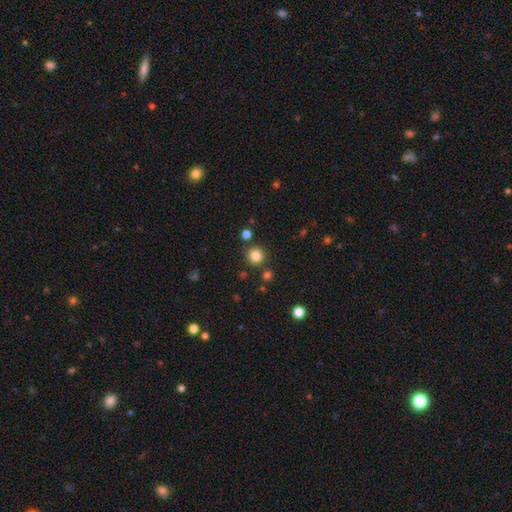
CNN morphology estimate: smooth-or-featured: smooth: 83% | star or artifact: 12% | featured or disk: 5%
  how-rounded: round: 93% | in between: 6% | cigar-shaped: 1%
  merging: none: 86% | minor disturbance: 7% | merger: 5% | major disturbance: 3%